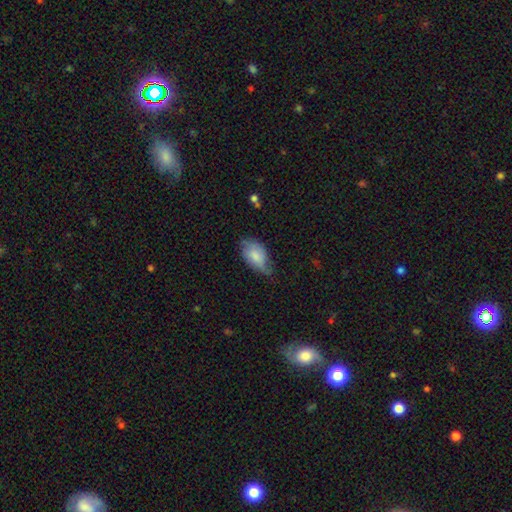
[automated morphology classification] This appears to be a smooth galaxy with no disk features (69%) that is in between round and cigar-shaped (92%). Merging: none (48%).